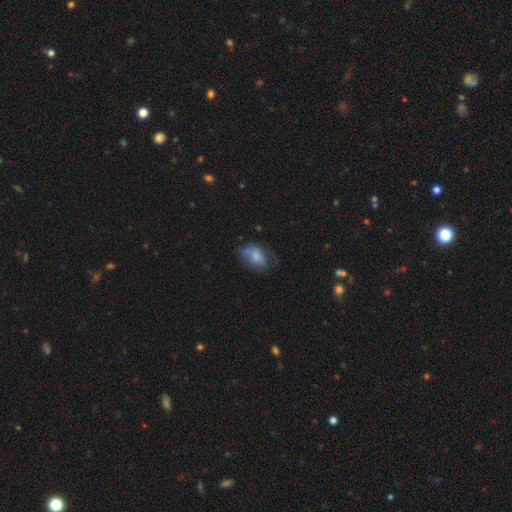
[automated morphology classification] This appears to be a smooth galaxy with no disk features (67%) that is in between round and cigar-shaped (85%). Merging: none (46%).